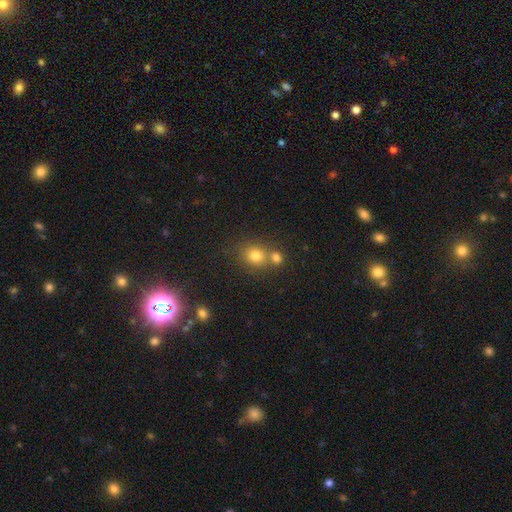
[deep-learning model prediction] This appears to be a smooth galaxy with no disk features (77%) that is round (78%). Merging: none (54%).